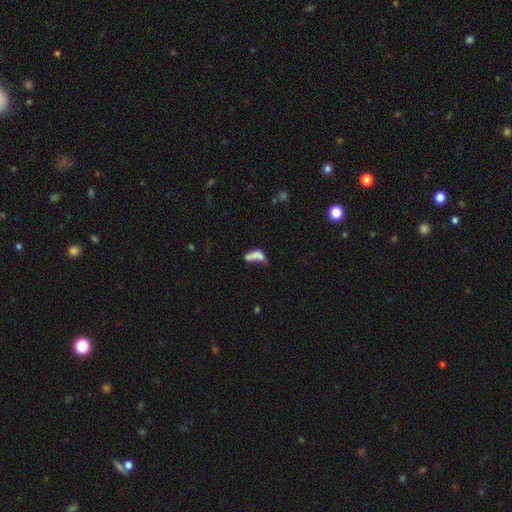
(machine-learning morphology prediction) Smooth or featured? smooth (63%)
How rounded? in between (67%)
Merging? merger (38%)